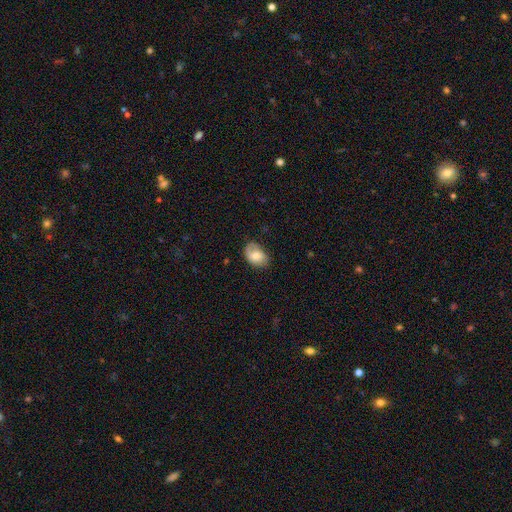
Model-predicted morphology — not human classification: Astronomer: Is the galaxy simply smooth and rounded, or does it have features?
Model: smooth — 68%.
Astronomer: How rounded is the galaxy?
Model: in between — 82%.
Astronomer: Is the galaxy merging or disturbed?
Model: none — 62%.